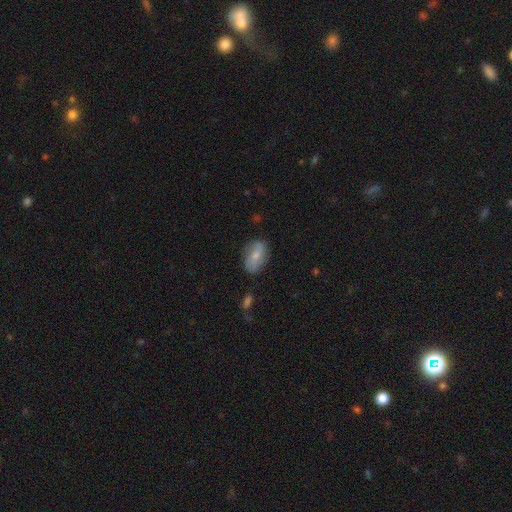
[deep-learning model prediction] A smooth galaxy with no disk features (49%). Merging: none (72%).